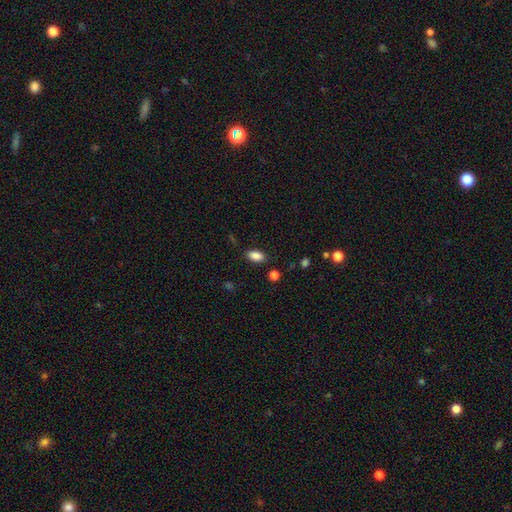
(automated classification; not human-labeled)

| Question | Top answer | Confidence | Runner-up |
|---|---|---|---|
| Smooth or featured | smooth | 86% | star or artifact (9%) |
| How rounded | in between | 89% | cigar-shaped (6%) |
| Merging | none | 85% | minor disturbance (10%) |